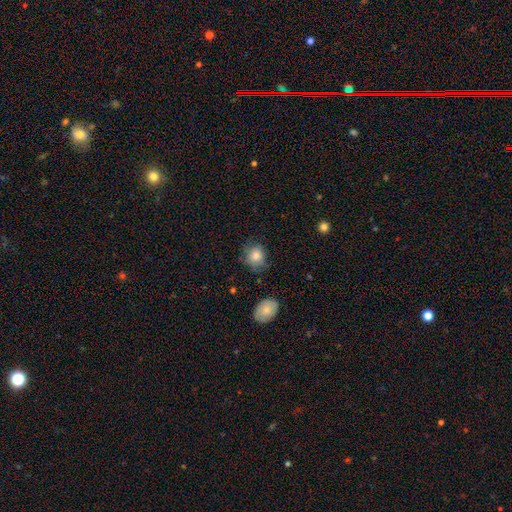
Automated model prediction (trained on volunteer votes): The model was most divided on "how rounded": round: 68%, in between: 31%, cigar-shaped: 1%. More confident: smooth or featured — smooth (82%); merging — none (63%).